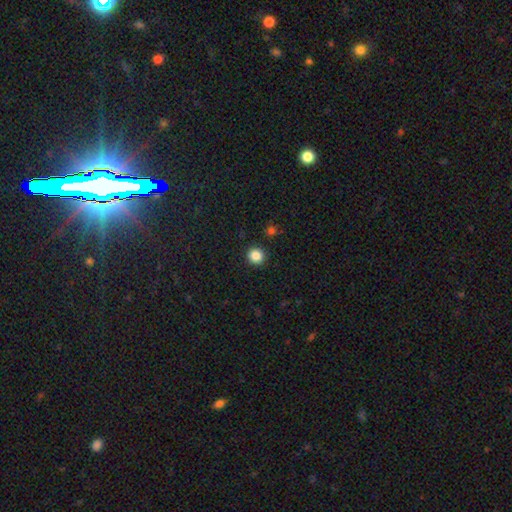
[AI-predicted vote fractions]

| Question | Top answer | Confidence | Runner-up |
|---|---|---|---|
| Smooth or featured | smooth | 86% | star or artifact (11%) |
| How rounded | round | 93% | in between (6%) |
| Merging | none | 92% | minor disturbance (4%) |